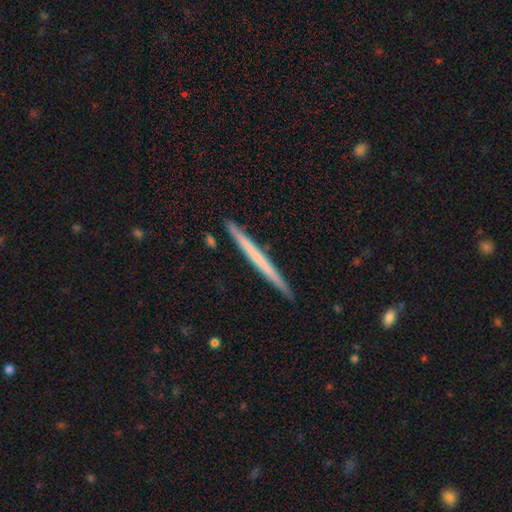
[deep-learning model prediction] Smooth or featured? smooth (48%)
Merging? none (91%)